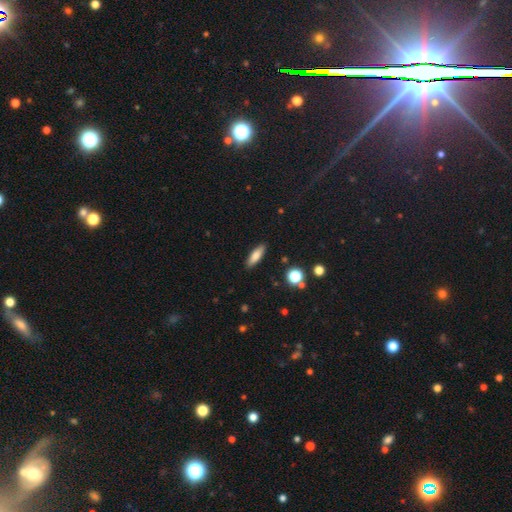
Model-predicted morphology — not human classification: Smooth or featured?
  - smooth: 79% *
  - featured or disk: 13%
  - star or artifact: 8%
How rounded?
  - in between: 50% *
  - cigar-shaped: 48%
  - round: 3%
Merging?
  - none: 89% *
  - minor disturbance: 8%
  - major disturbance: 2%
  - merger: 1%